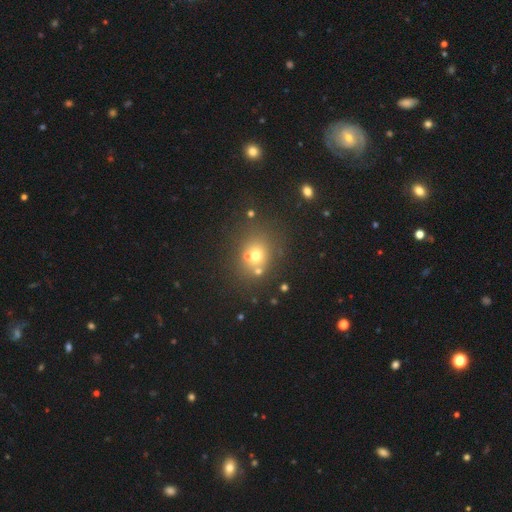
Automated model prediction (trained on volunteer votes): Smooth or featured: smooth — 61% (star or artifact — 21%)
How rounded: round — 69% (in between — 30%)
Merging: none — 59% (merger — 25%)